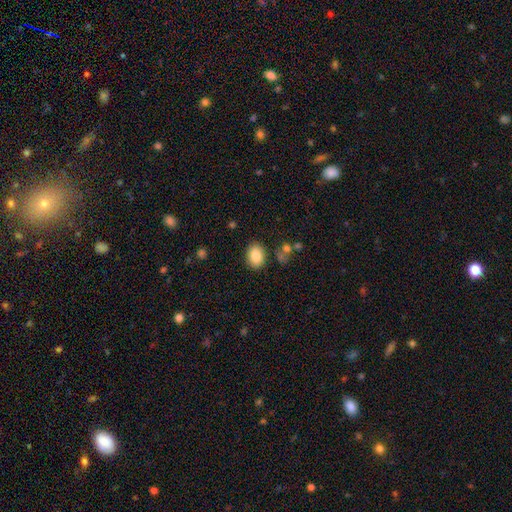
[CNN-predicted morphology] smooth-or-featured: smooth: 84% | star or artifact: 8% | featured or disk: 8%
  how-rounded: in between: 74% | round: 25% | cigar-shaped: 1%
  merging: none: 84% | minor disturbance: 10% | merger: 3% | major disturbance: 3%